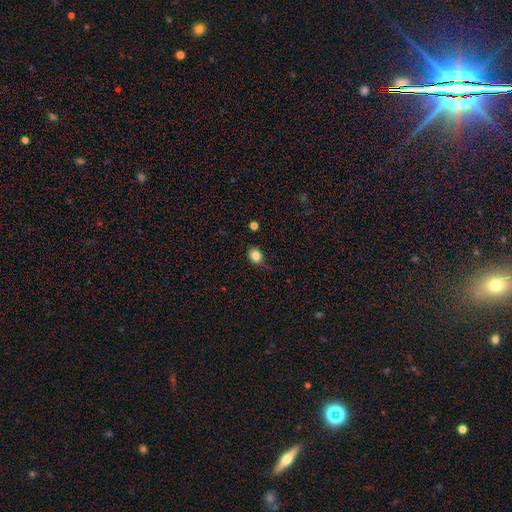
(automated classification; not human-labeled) Smooth or featured? smooth (83%)
How rounded? round (61%)
Merging? none (71%)